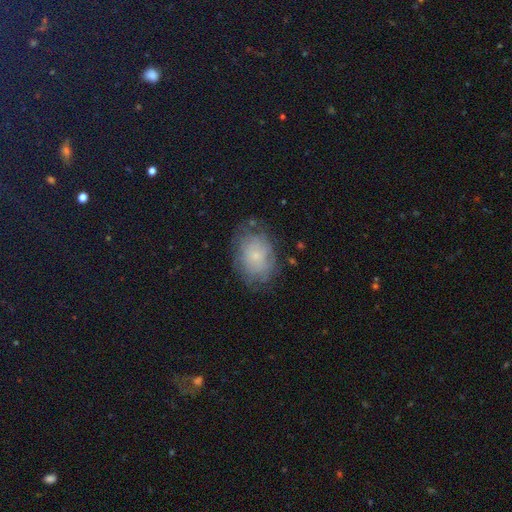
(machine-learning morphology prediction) This appears to be a smooth galaxy with no disk features (51%) that is in between round and cigar-shaped (73%). Merging: none (67%).